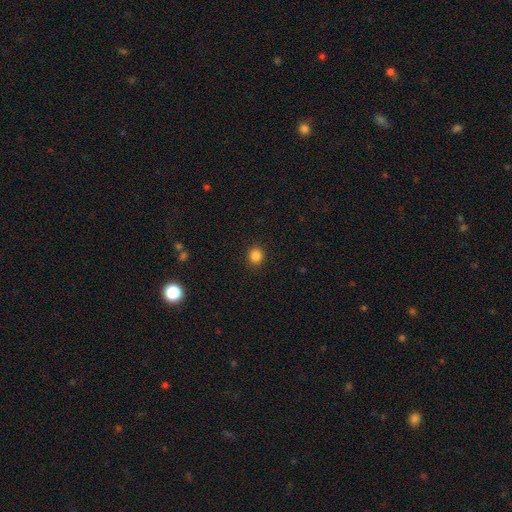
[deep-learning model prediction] smooth_or_featured: smooth (p=0.86) [alt: star or artifact p=0.11]
how_rounded: round (p=0.83) [alt: in between p=0.16]
merging: none (p=0.91) [alt: minor disturbance p=0.06]